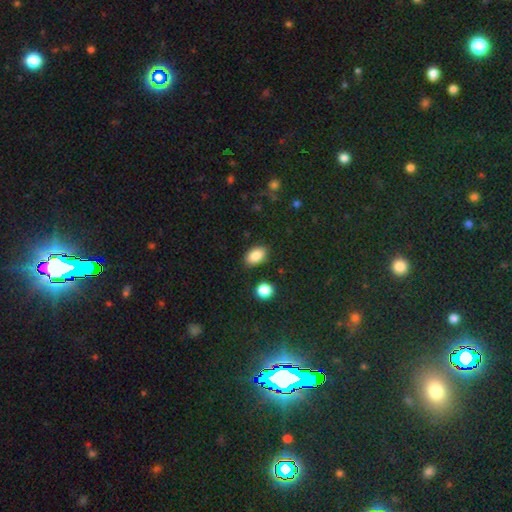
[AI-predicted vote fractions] smooth-or-featured: smooth: 87% | star or artifact: 8% | featured or disk: 5%
  how-rounded: in between: 90% | round: 9% | cigar-shaped: 2%
  merging: none: 86% | minor disturbance: 9% | major disturbance: 2% | merger: 2%